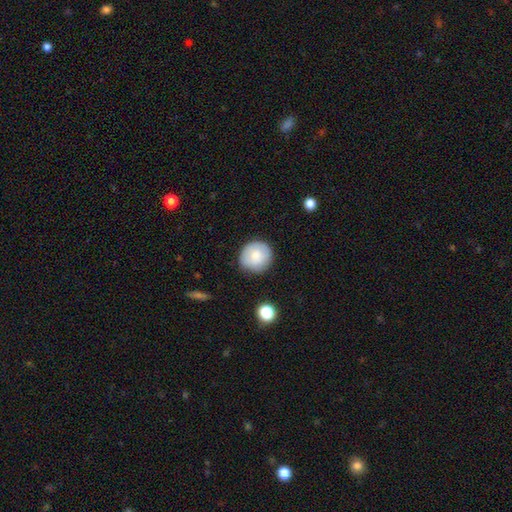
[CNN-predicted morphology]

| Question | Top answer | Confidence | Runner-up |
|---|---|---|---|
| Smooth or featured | smooth | 77% | featured or disk (15%) |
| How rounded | round | 91% | in between (9%) |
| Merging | none | 82% | minor disturbance (13%) |